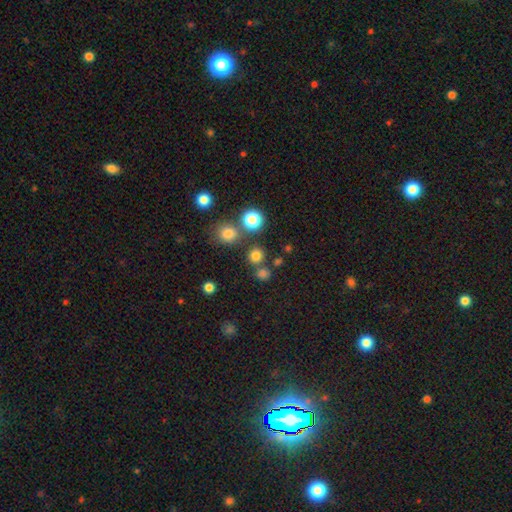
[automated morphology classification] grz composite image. It shows a smooth galaxy with no disk features (75%) that is round (90%). Merging: none (76%).